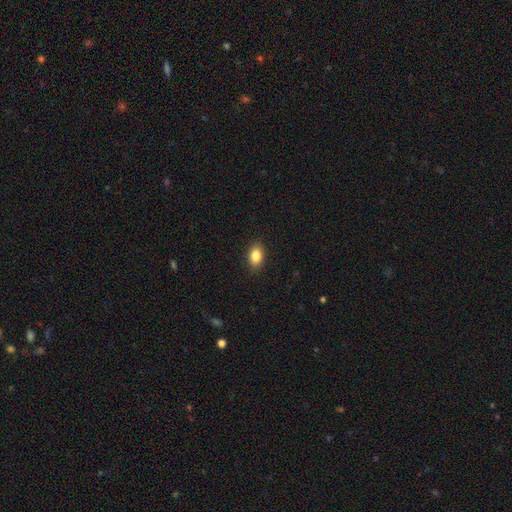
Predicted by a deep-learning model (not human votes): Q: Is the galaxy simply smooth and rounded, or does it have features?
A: smooth — 86%.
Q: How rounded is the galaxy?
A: in between — 86%.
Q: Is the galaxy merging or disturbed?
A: none — 89%.